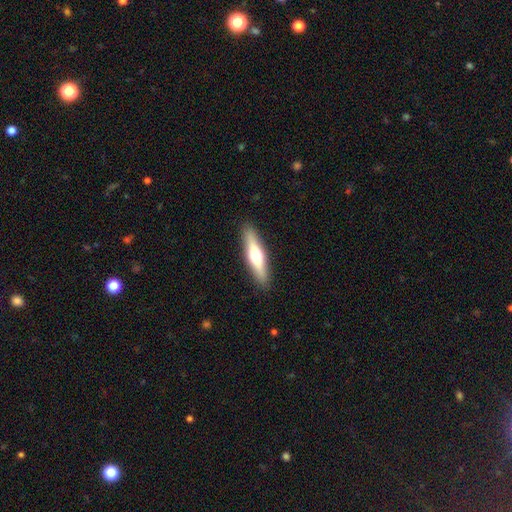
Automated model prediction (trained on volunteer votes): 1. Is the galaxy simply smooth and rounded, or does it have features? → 50% smooth, 45% featured or disk, 6% star or artifact.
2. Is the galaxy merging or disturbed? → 90% none, 7% minor disturbance, 2% major disturbance, 1% merger.